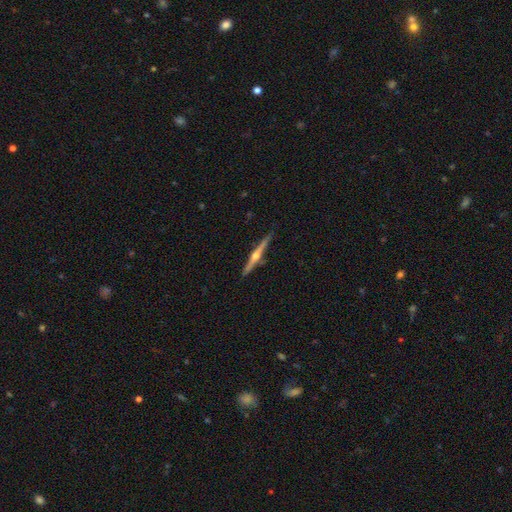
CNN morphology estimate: This is clearly a featured or disk galaxy (82%). It is clearly viewed edge-on (98%). Edge-on bulge: clearly rounded (94%). Merging: clearly none (89%).